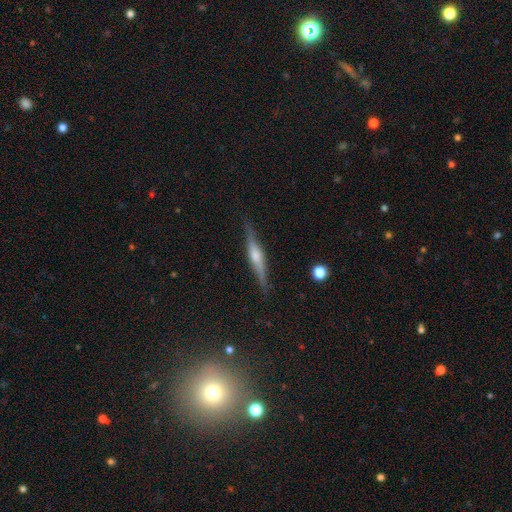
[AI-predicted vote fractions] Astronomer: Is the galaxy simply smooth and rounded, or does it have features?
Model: featured or disk — 74%.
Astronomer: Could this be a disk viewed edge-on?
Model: yes — 97%.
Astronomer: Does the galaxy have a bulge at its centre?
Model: rounded — 80%.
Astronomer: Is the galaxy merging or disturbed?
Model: none — 88%.